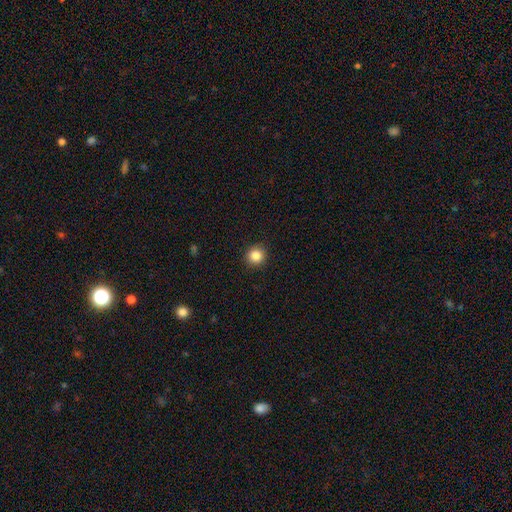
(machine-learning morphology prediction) Overall: smooth (85%). How rounded: round (92%). Merging: none (92%).